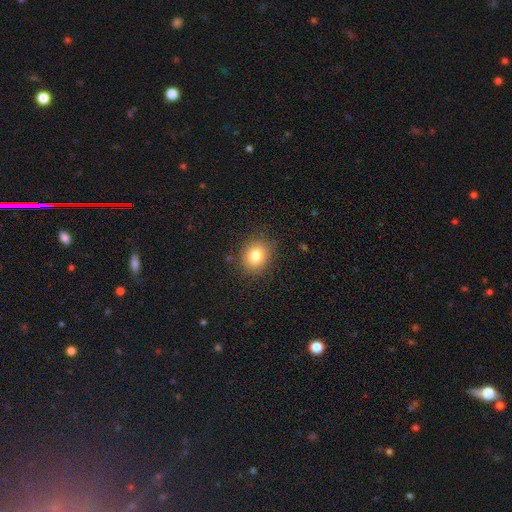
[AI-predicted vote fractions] This is clearly a smooth galaxy (81%). How rounded: likely round (61%). Merging: clearly none (85%).